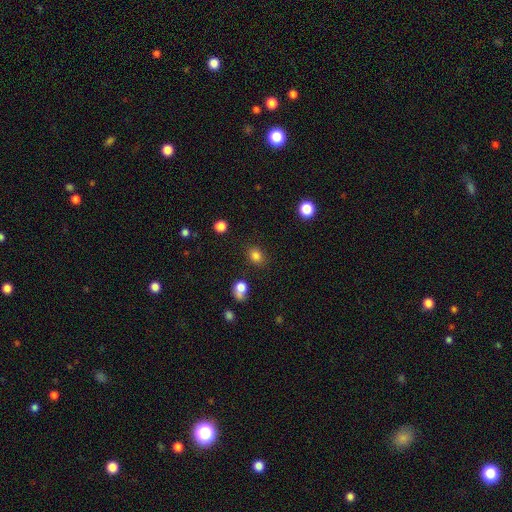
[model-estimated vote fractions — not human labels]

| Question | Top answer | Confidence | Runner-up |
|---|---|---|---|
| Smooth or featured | smooth | 82% | star or artifact (13%) |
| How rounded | round | 56% | in between (43%) |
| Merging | none | 83% | minor disturbance (10%) |